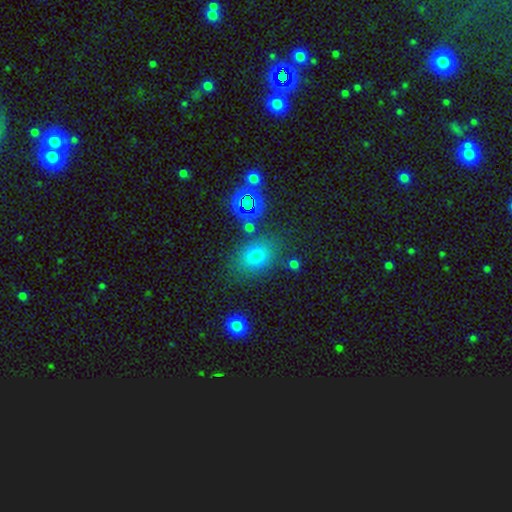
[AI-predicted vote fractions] Morphology: type=smooth (70%); roundness=in between (55%); merging=none (73%).